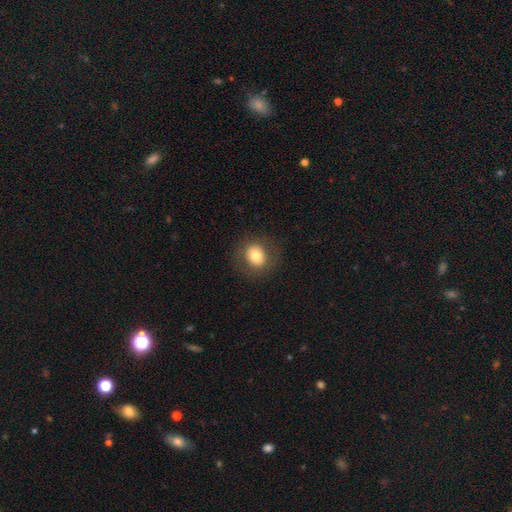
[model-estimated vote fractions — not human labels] Overall: smooth (76%). How rounded: round (74%). Merging: none (85%).